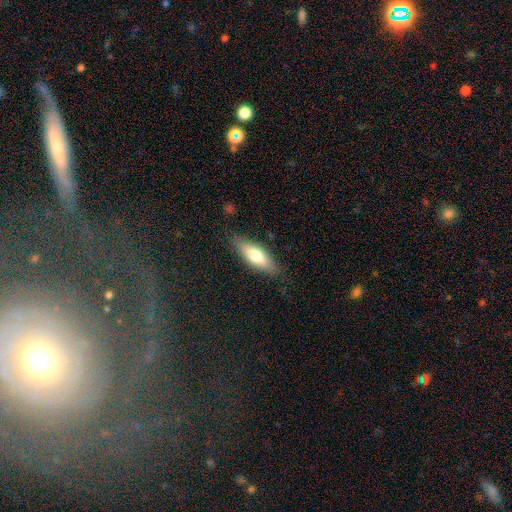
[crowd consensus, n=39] Volunteers were most divided on "smooth or featured": smooth: 62%, featured or disk: 33%, star or artifact: 5%. More confident: merging — none (84%); how rounded — in between (75%).